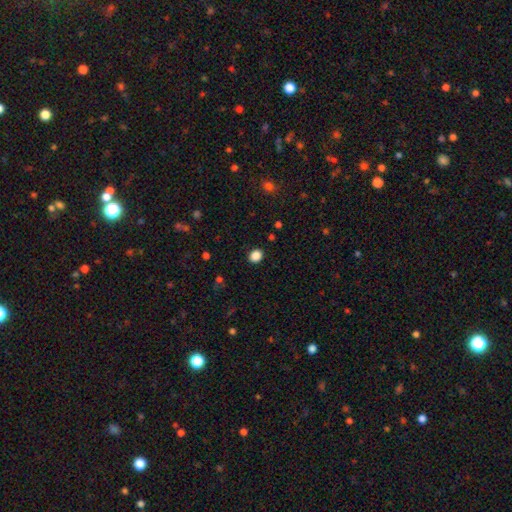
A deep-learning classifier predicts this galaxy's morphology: type=smooth (86%); roundness=round (58%); merging=none (90%).